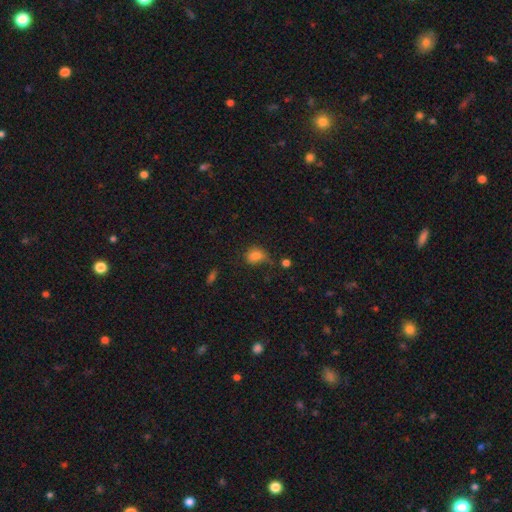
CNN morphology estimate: The model was most divided on "how rounded": in between: 54%, round: 45%, cigar-shaped: 1%. Remaining: smooth or featured — smooth (81%); merging — none (50%).